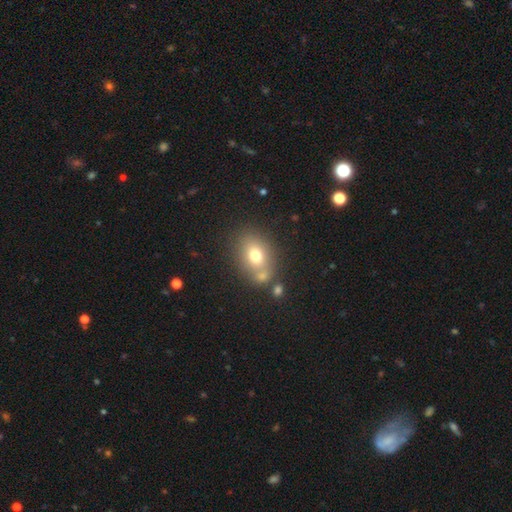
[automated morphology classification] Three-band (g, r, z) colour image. It shows a smooth galaxy with no disk features (72%) that is in between round and cigar-shaped (65%). Merging: none (60%).